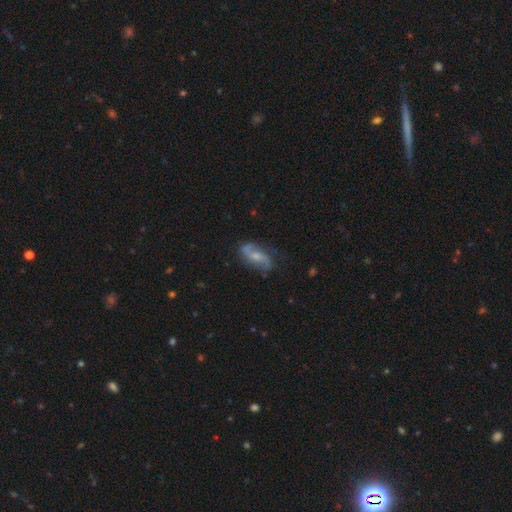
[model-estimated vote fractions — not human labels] Overall: featured or disk (74%). Edge-on disk: no (94%). Bar: no (46%; weak 41%). Spiral arms: yes (93%). Spiral arm count: 2 (88%). Spiral winding: loose (51%; medium 36%). Bulge size: moderate (45%; small 43%). Merging: none (72%).